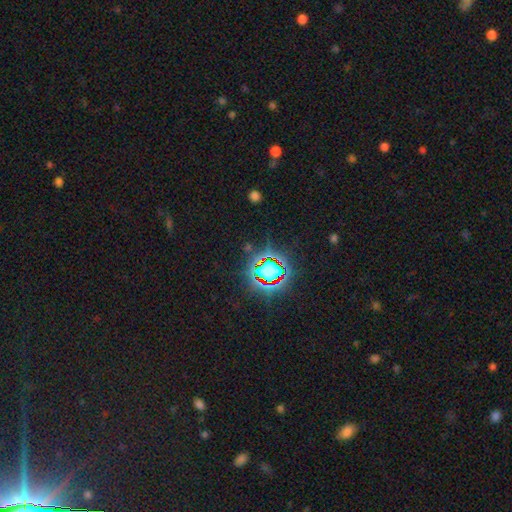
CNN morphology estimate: A star or artifact, not a galaxy (82%).